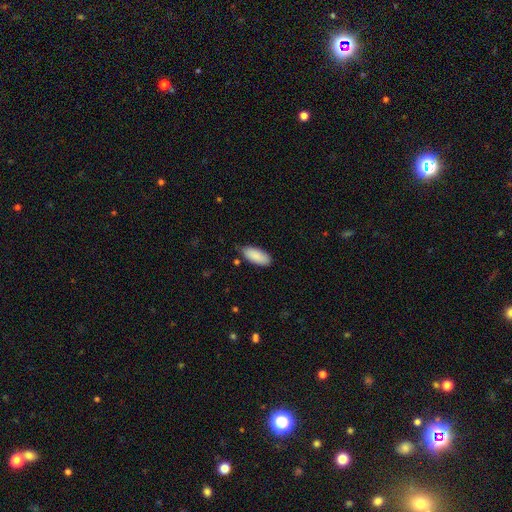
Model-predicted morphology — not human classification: type=smooth (89%); roundness=in between (88%); merging=none (76%).